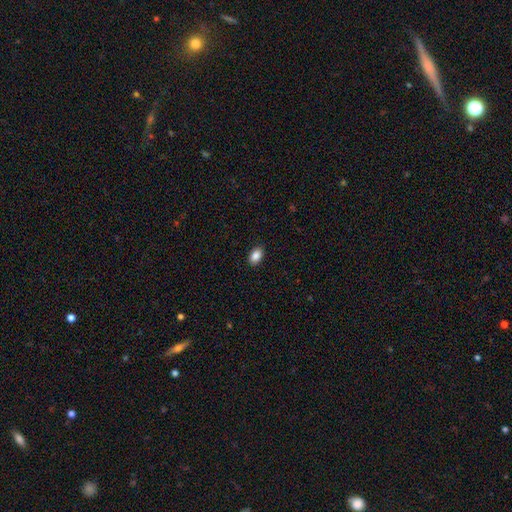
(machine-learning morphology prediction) A smooth galaxy with no disk features (88%) that is in between round and cigar-shaped (87%). Merging: none (90%).